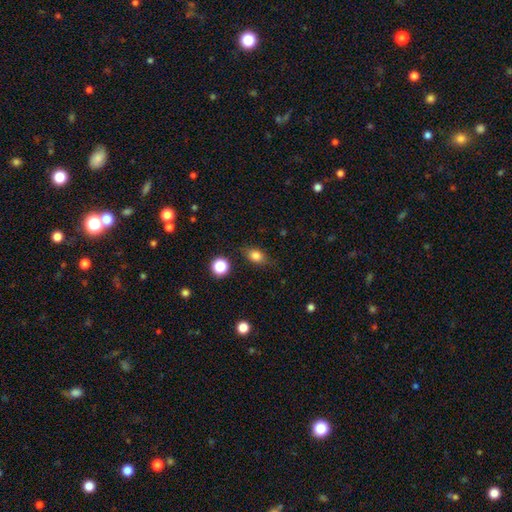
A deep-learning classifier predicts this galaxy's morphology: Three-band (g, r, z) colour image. It shows a smooth galaxy with no disk features (80%) that is in between round and cigar-shaped (67%). Merging: none (78%).